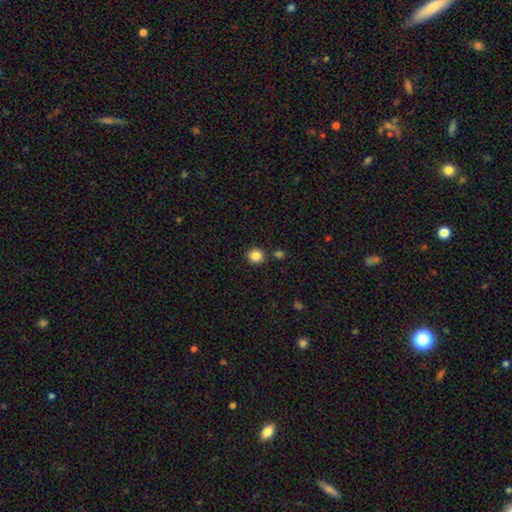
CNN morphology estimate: Smooth or featured? Predicted: smooth (p=0.85). How rounded? Predicted: round (p=0.89). Merging? Predicted: none (p=0.86).